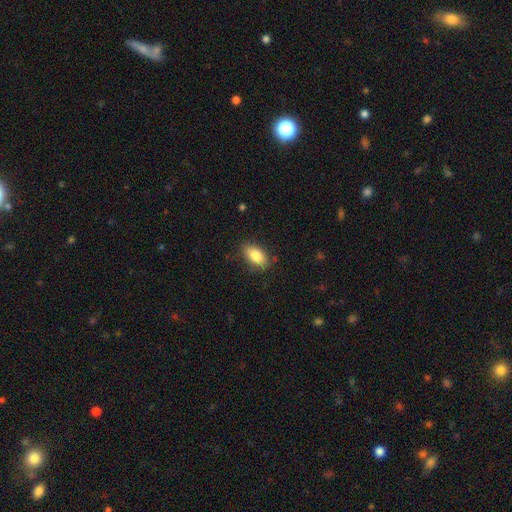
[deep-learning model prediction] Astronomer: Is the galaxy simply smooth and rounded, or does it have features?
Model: smooth — 84%.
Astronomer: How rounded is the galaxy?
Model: in between — 90%.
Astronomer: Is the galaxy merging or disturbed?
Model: none — 83%.